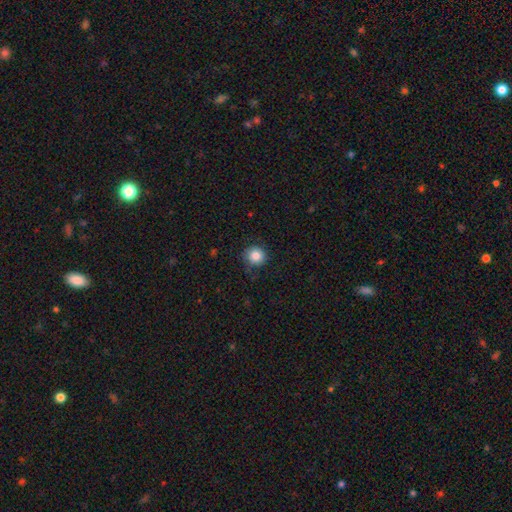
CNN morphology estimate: type=smooth (85%); roundness=round (91%); merging=none (81%).